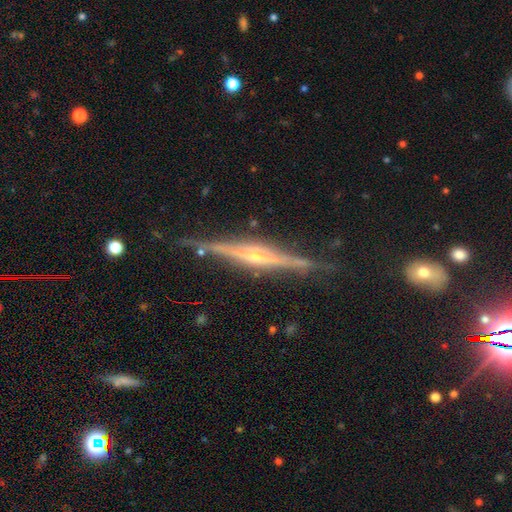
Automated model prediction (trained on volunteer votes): Smooth or featured? Predicted: featured or disk (p=0.88). Edge-on disk? Predicted: yes (p=0.98). Edge-on bulge? Predicted: rounded (p=0.83). Merging? Predicted: none (p=0.84).